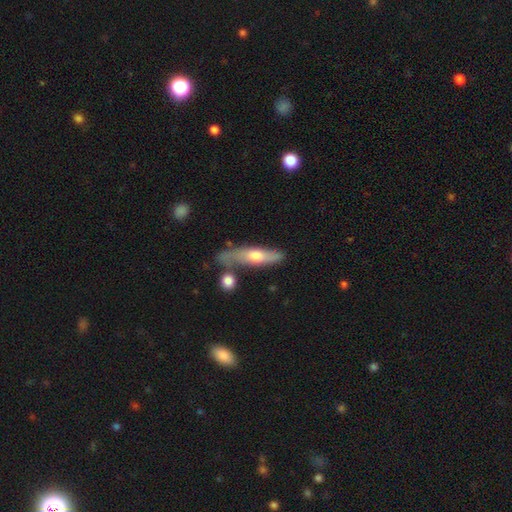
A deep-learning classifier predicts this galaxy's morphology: Smooth or featured?
  - featured or disk: 50% *
  - smooth: 44%
  - star or artifact: 6%
Merging?
  - none: 63% *
  - minor disturbance: 20%
  - merger: 11%
  - major disturbance: 6%